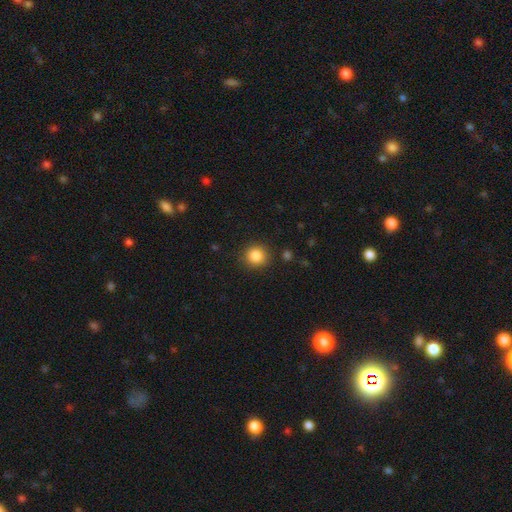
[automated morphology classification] Smooth or featured? Predicted: smooth (p=0.85). How rounded? Predicted: round (p=0.91). Merging? Predicted: none (p=0.88).